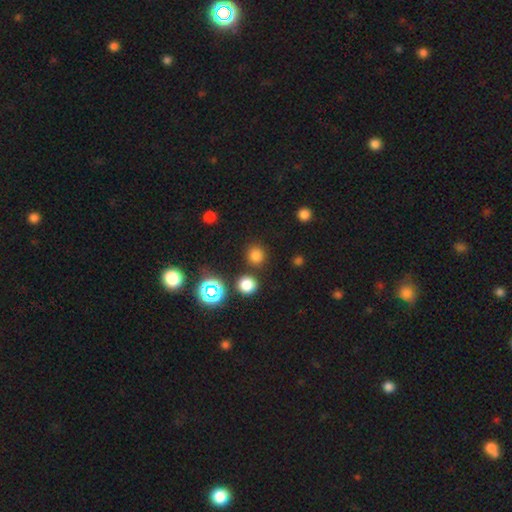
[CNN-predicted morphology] Smooth or featured? smooth (74%)
How rounded? round (91%)
Merging? none (82%)